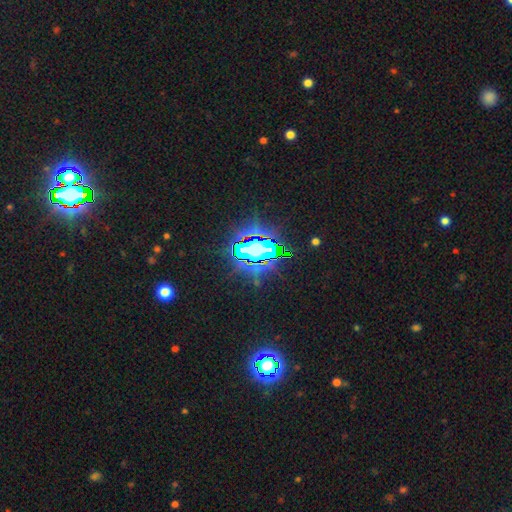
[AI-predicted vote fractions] A star or artifact, not a galaxy (76%).